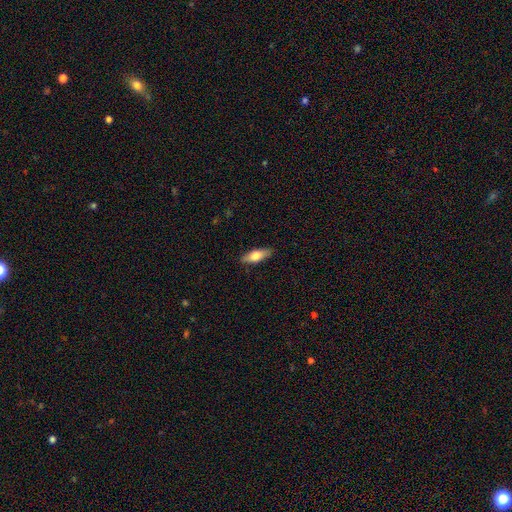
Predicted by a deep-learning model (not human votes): smooth 67%, featured or disk 27%, star or artifact 6%. Down the decision tree: how rounded — in between (63%); merging — none (88%).